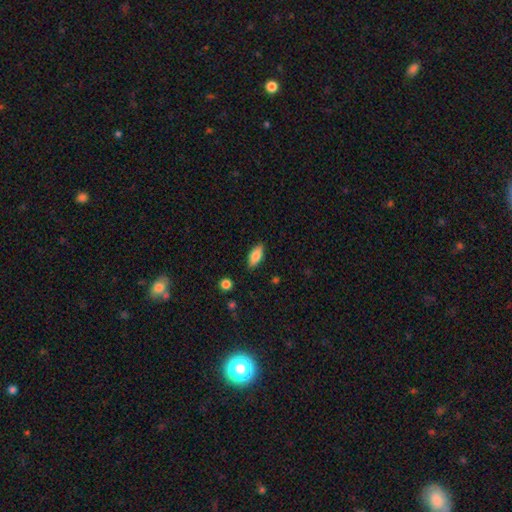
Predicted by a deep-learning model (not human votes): Smooth or featured? smooth (79%)
How rounded? in between (83%)
Merging? none (87%)